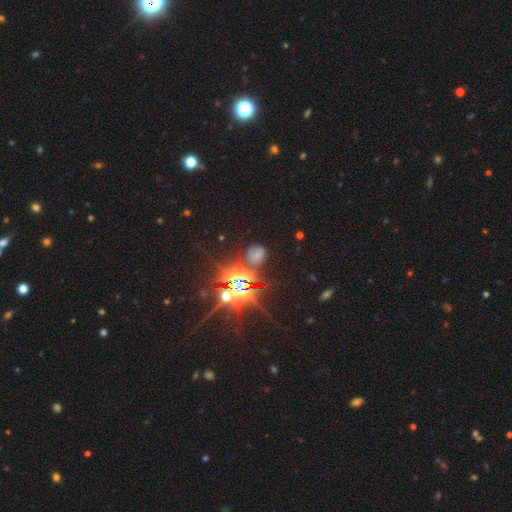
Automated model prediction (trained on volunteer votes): Smooth or featured?
  - star or artifact: 49% *
  - smooth: 33%
  - featured or disk: 18%